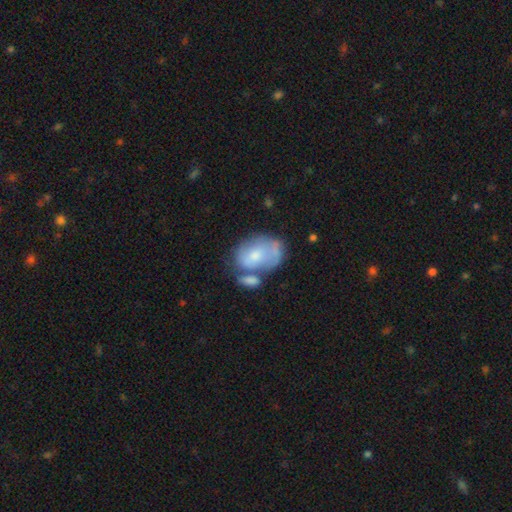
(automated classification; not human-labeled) smooth-or-featured: smooth: 54% | featured or disk: 38% | star or artifact: 7%
  how-rounded: in between: 80% | round: 19% | cigar-shaped: 1%
  merging: merger: 37% | none: 30% | minor disturbance: 21% | major disturbance: 13%